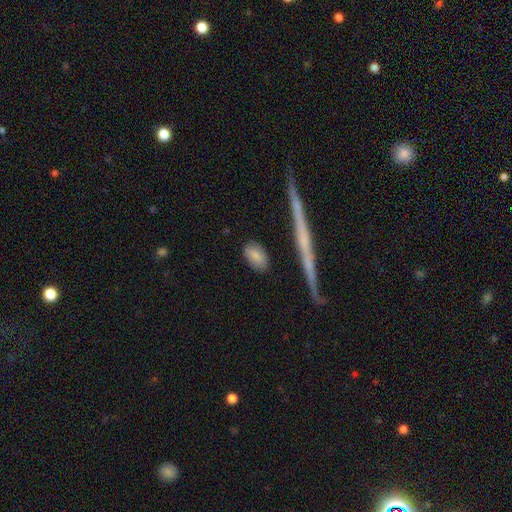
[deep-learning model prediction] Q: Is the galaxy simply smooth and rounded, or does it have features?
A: smooth — 81%.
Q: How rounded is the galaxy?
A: in between — 88%.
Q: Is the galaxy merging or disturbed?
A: none — 83%.